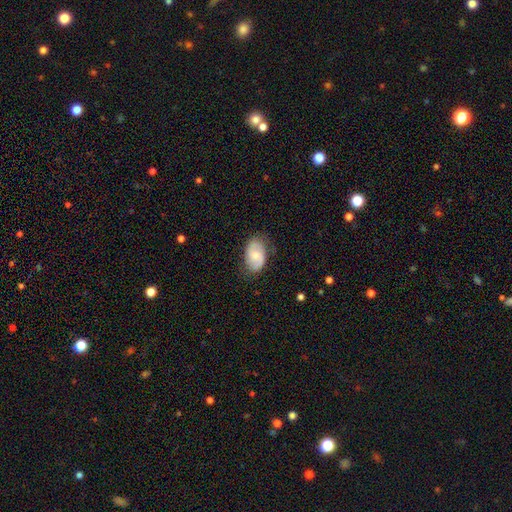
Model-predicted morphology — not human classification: This is possibly a featured or disk galaxy (50%). Merging: likely none (74%).